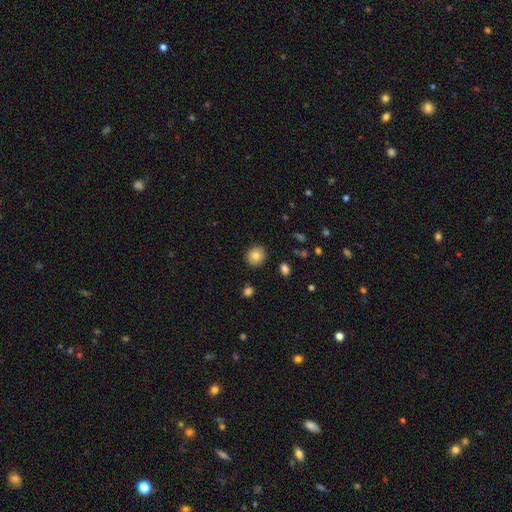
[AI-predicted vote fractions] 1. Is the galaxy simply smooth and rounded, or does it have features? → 82% smooth, 9% star or artifact, 9% featured or disk.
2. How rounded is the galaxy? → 85% round, 14% in between, 1% cigar-shaped.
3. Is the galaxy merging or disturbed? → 90% none, 7% minor disturbance, 2% major disturbance, 1% merger.